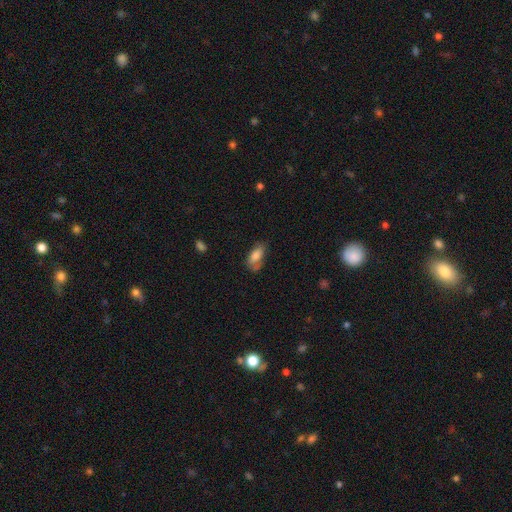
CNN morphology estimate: Smooth or featured? Predicted: smooth (p=0.76). How rounded? Predicted: in between (p=0.84). Merging? Predicted: none (p=0.55).